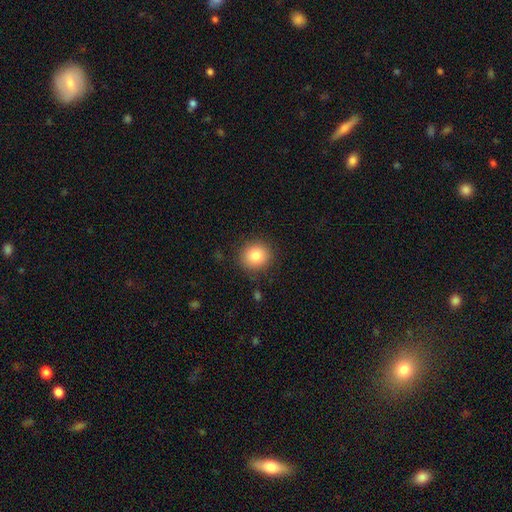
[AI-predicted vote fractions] Q: Smooth or featured?
A: smooth (85%); runner-up: star or artifact (9%)
Q: How rounded?
A: round (85%); runner-up: in between (14%)
Q: Merging?
A: none (88%); runner-up: minor disturbance (8%)